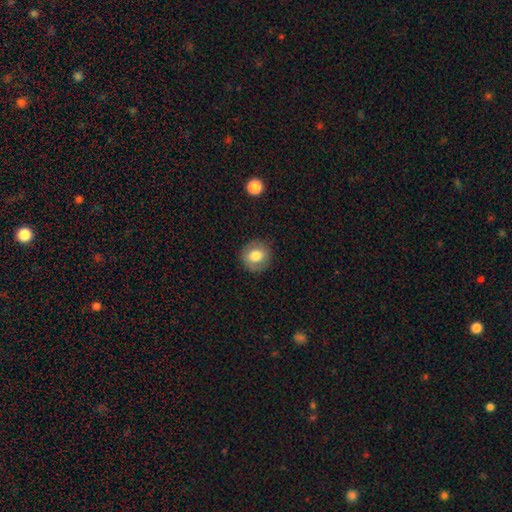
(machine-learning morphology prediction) A smooth galaxy with no disk features (77%) that is round (87%). Merging: none (88%).